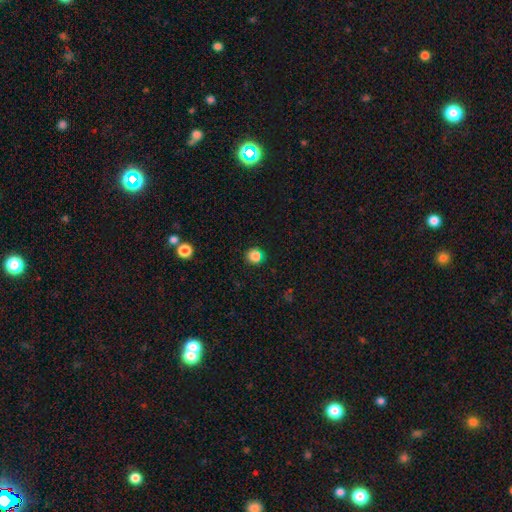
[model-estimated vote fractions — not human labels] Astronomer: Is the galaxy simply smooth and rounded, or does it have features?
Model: smooth — 79%.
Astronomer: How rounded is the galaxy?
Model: round — 89%.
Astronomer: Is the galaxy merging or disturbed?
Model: none — 87%.